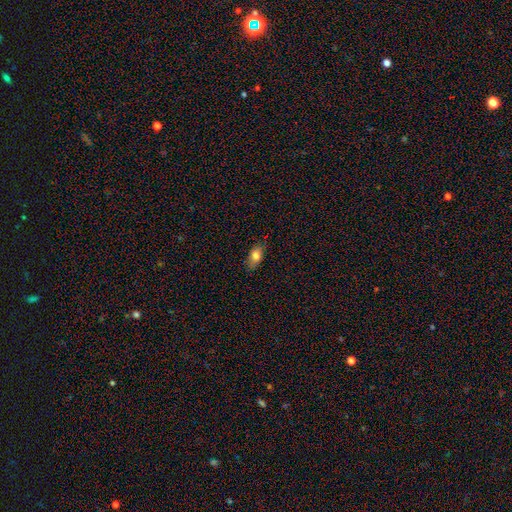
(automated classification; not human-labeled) Smooth or featured? Predicted: smooth (p=0.79). How rounded? Predicted: in between (p=0.84). Merging? Predicted: none (p=0.78).